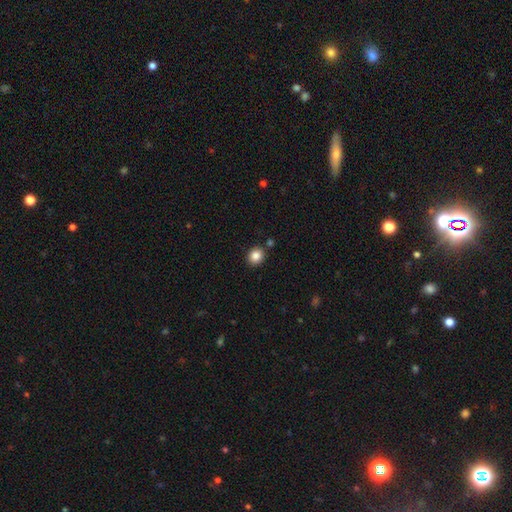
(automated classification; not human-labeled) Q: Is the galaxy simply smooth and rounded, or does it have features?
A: smooth — 85%.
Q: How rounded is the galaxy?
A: round — 71%.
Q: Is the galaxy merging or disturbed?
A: none — 85%.